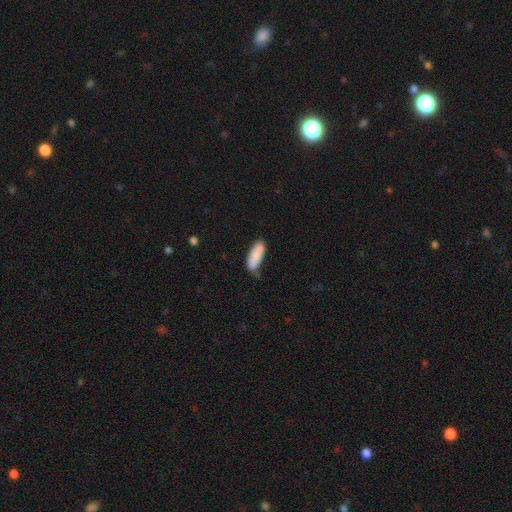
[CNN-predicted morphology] Smooth or featured: smooth — 84% (featured or disk — 10%)
How rounded: in between — 67% (cigar-shaped — 32%)
Merging: none — 56% (minor disturbance — 31%)